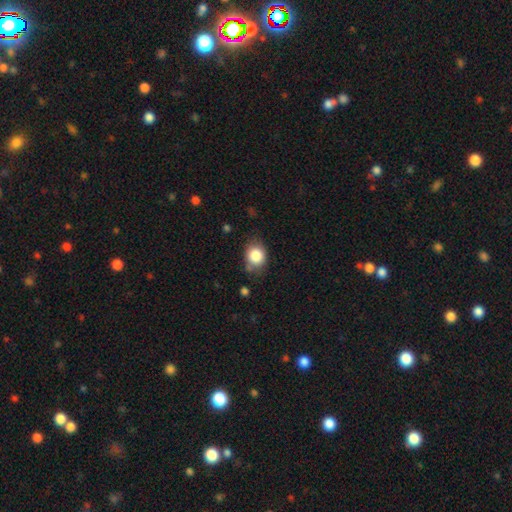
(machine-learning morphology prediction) This is clearly a smooth galaxy (84%). How rounded: possibly round (56%). Merging: likely none (70%).